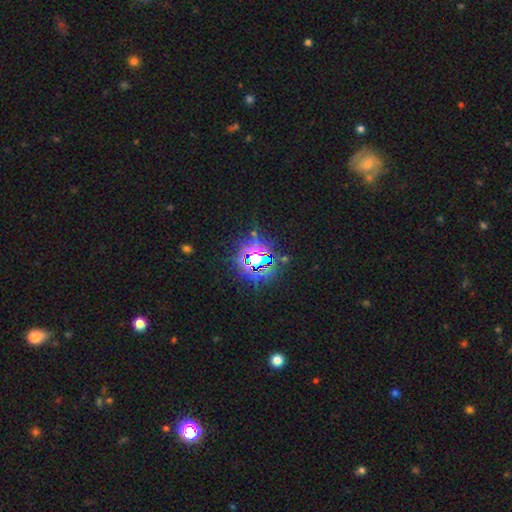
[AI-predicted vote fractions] Smooth or featured: star or artifact — 81% (smooth — 12%)